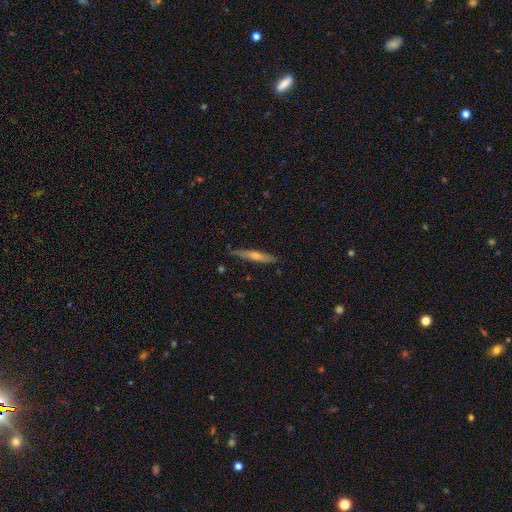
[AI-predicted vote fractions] smooth_or_featured: featured or disk (p=0.55) [alt: smooth p=0.38]
disk_edge_on: yes (p=0.92) [alt: no p=0.08]
edge_on_bulge: rounded (p=0.74) [alt: none p=0.21]
merging: none (p=0.83) [alt: minor disturbance p=0.13]